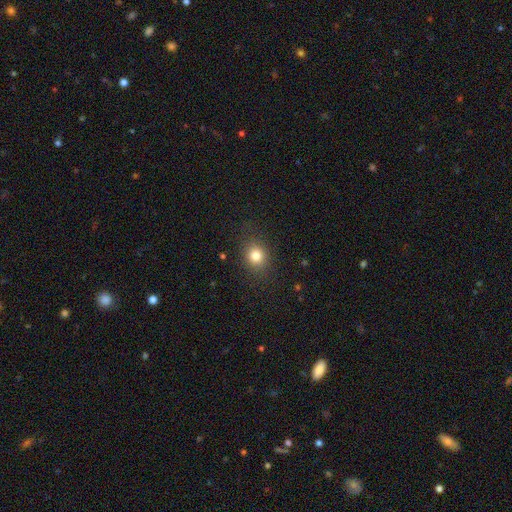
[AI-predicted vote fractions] Overall: smooth (80%). How rounded: round (70%). Merging: none (85%).